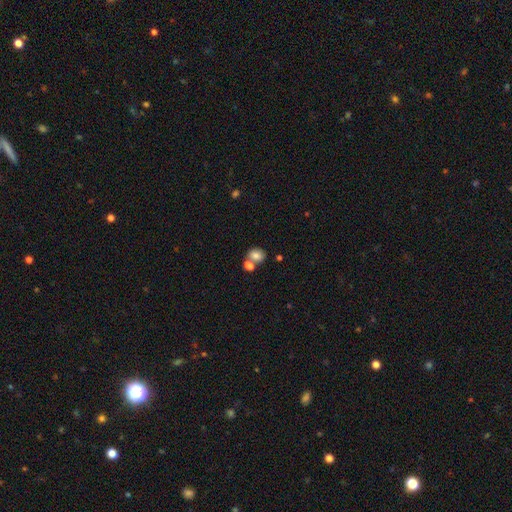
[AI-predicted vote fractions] smooth_or_featured: smooth (p=0.79) [alt: featured or disk p=0.12]
how_rounded: round (p=0.50) [alt: in between p=0.49]
merging: merger (p=0.44) [alt: none p=0.43]